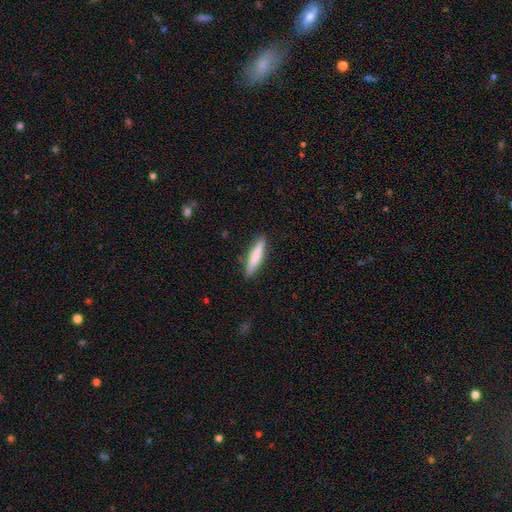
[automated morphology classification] smooth-or-featured: smooth: 77% | featured or disk: 17% | star or artifact: 6%
  how-rounded: cigar-shaped: 87% | in between: 12% | round: 1%
  merging: none: 88% | minor disturbance: 9% | major disturbance: 2% | merger: 1%